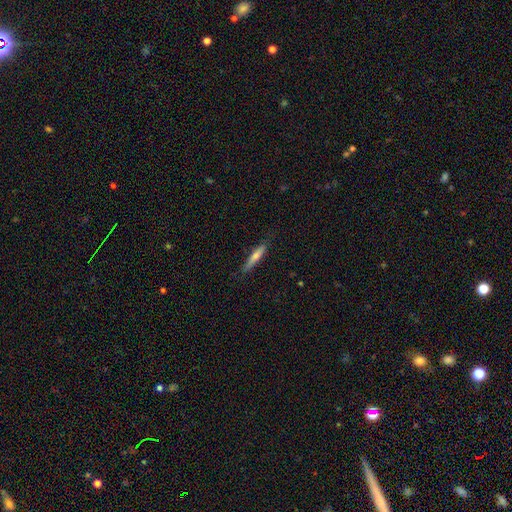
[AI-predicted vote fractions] Morphology: type=featured or disk (47%); merging=none (84%).